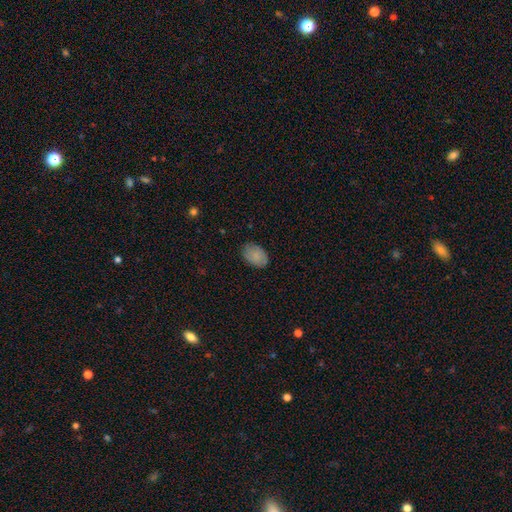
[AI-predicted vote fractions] Overall: smooth (82%). How rounded: in between (85%). Merging: none (82%).